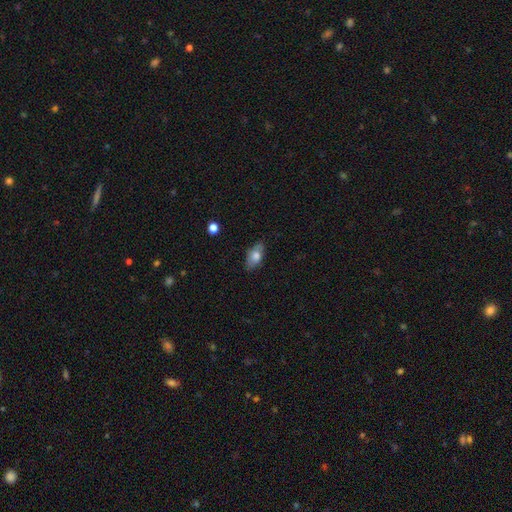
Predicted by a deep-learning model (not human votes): A smooth galaxy with no disk features (72%) that is in between round and cigar-shaped (88%). Merging: none (76%).